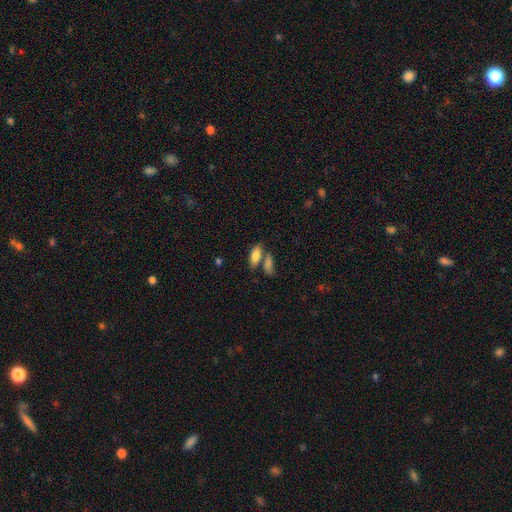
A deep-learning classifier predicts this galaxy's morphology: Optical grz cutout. It shows a smooth galaxy with no disk features (82%) that is in between round and cigar-shaped (80%). Merging: none (56%).